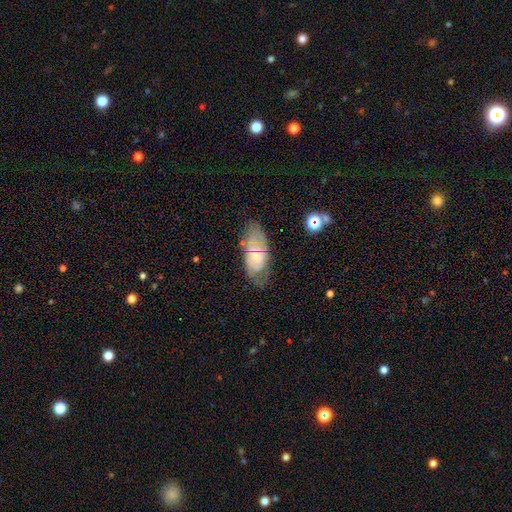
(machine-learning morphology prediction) Smooth or featured? Predicted: featured or disk (p=0.54). Edge-on disk? Predicted: no (p=0.90). Merging? Predicted: none (p=0.56).